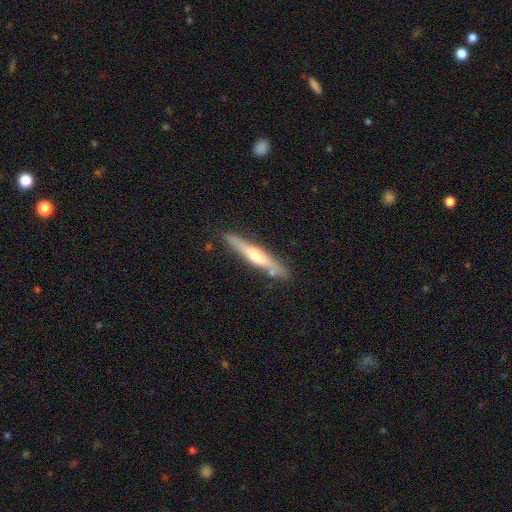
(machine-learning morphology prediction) This appears to be a featured or disk galaxy (59%) viewed edge-on (94%) with a rounded central bulge (74%). Merging: none (83%).